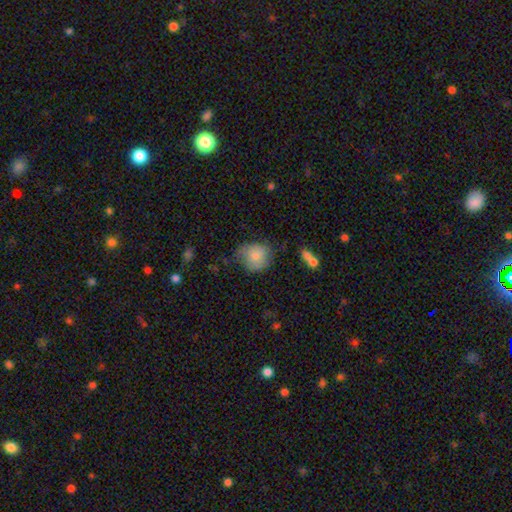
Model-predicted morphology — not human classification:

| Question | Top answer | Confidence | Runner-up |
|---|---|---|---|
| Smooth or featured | smooth | 76% | featured or disk (17%) |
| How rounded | round | 77% | in between (22%) |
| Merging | none | 53% | minor disturbance (34%) |